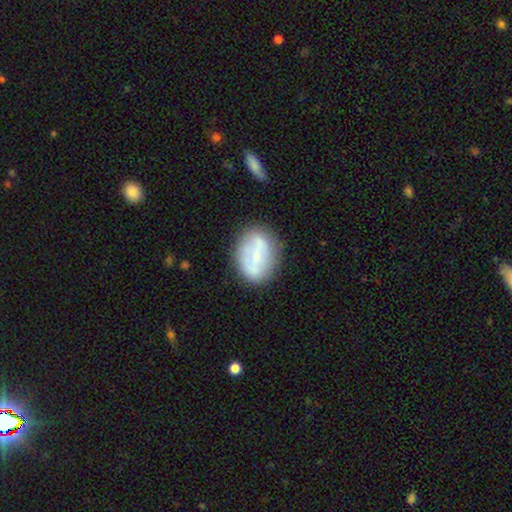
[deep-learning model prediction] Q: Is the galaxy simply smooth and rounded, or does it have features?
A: smooth — 49%.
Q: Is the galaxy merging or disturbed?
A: none — 66%.